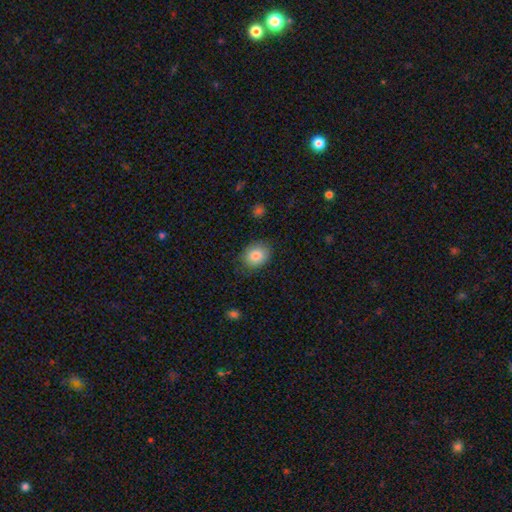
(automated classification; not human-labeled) Q: Smooth or featured?
A: smooth (85%); runner-up: star or artifact (8%)
Q: How rounded?
A: in between (55%); runner-up: round (44%)
Q: Merging?
A: none (79%); runner-up: minor disturbance (16%)